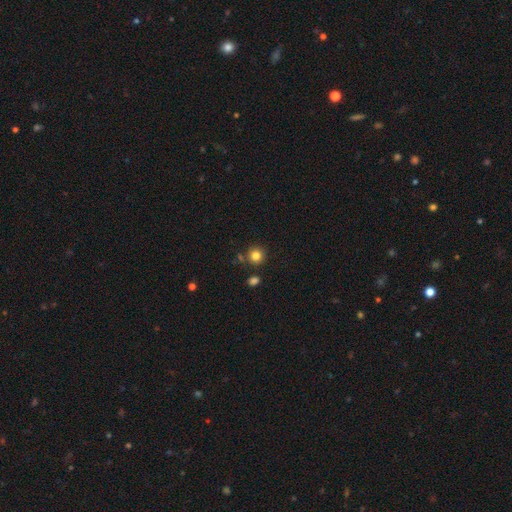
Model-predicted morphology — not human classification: Smooth or featured?
  - smooth: 82% *
  - star or artifact: 12%
  - featured or disk: 6%
How rounded?
  - round: 93% *
  - in between: 6%
  - cigar-shaped: 1%
Merging?
  - none: 84% *
  - minor disturbance: 8%
  - merger: 6%
  - major disturbance: 3%